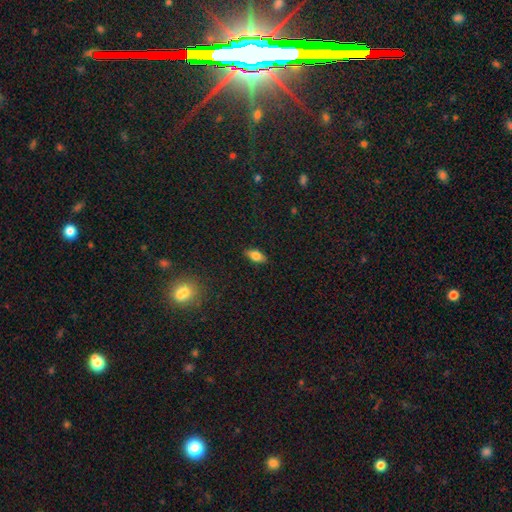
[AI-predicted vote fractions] Smooth or featured? Predicted: smooth (p=0.77). How rounded? Predicted: in between (p=0.86). Merging? Predicted: none (p=0.87).